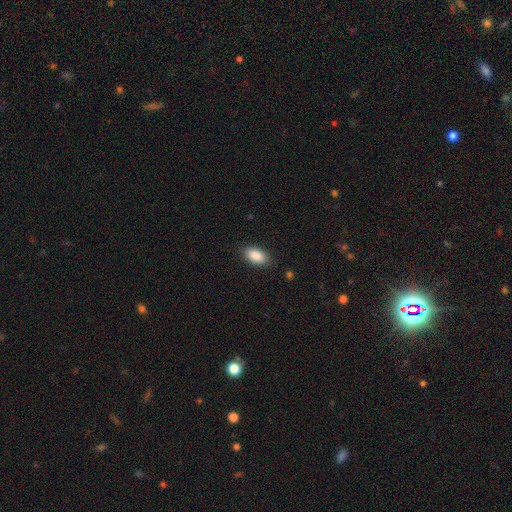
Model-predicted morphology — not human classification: Smooth or featured? Predicted: smooth (p=0.89). How rounded? Predicted: in between (p=0.93). Merging? Predicted: none (p=0.86).